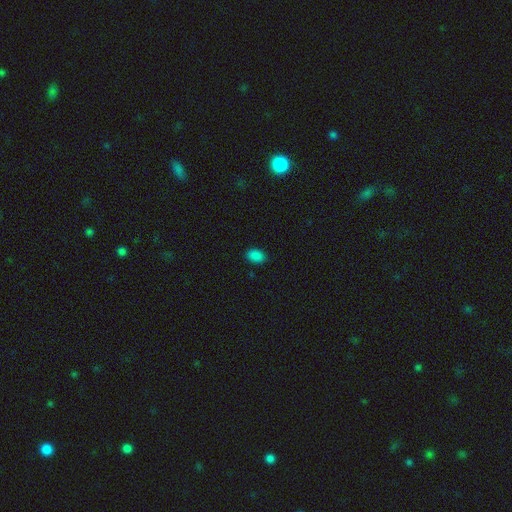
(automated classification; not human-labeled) Morphology: type=smooth (86%); roundness=in between (87%); merging=none (88%).